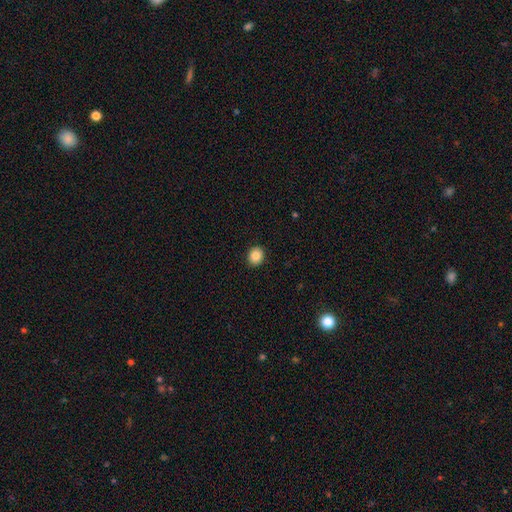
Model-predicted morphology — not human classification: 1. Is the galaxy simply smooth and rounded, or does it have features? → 87% smooth, 9% star or artifact, 4% featured or disk.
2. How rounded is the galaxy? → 74% round, 25% in between, 1% cigar-shaped.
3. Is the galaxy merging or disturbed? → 92% none, 6% minor disturbance, 2% major disturbance, 1% merger.